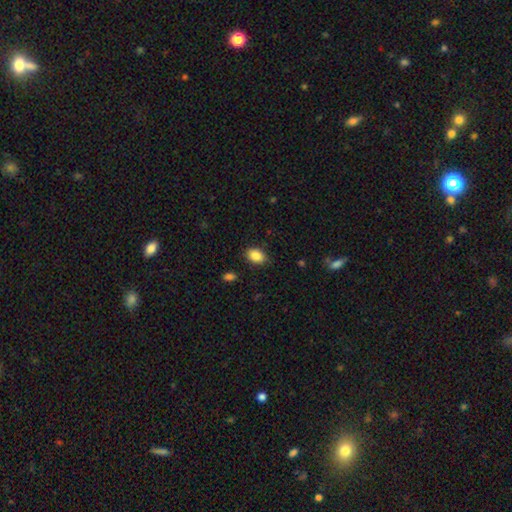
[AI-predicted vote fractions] smooth 87%, star or artifact 8%, featured or disk 5%. Down the decision tree: how rounded — in between (81%); merging — none (86%).